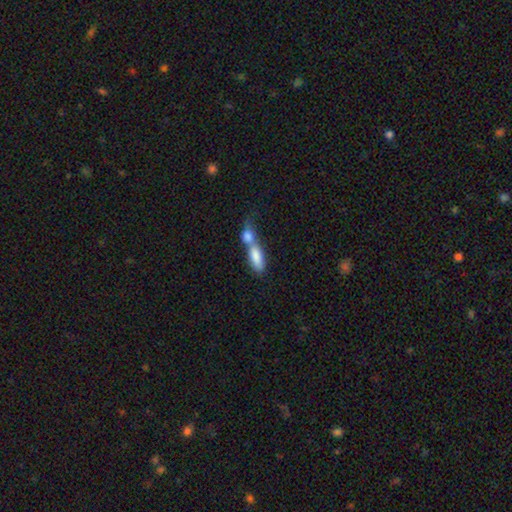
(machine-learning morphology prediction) type=smooth (78%); roundness=in between (67%); merging=merger (73%).